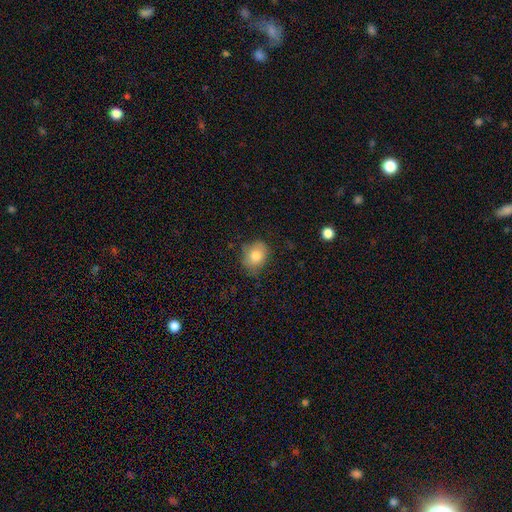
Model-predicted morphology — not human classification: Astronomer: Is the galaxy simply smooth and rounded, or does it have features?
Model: smooth — 80%.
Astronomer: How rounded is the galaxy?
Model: in between — 50% (runner-up: round, 49%).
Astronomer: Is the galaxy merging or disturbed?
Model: none — 64%.